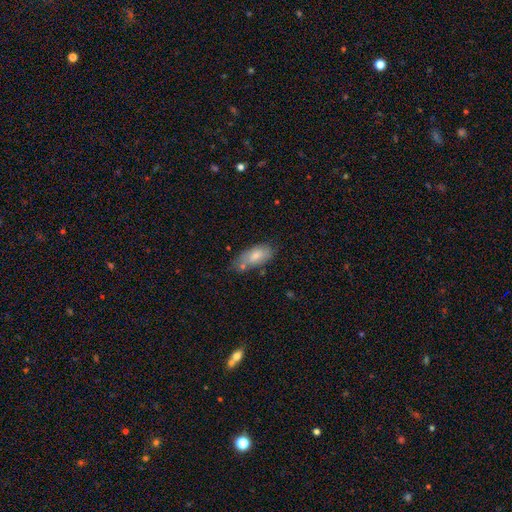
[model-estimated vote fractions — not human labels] Smooth or featured? smooth (73%)
How rounded? in between (88%)
Merging? none (52%)